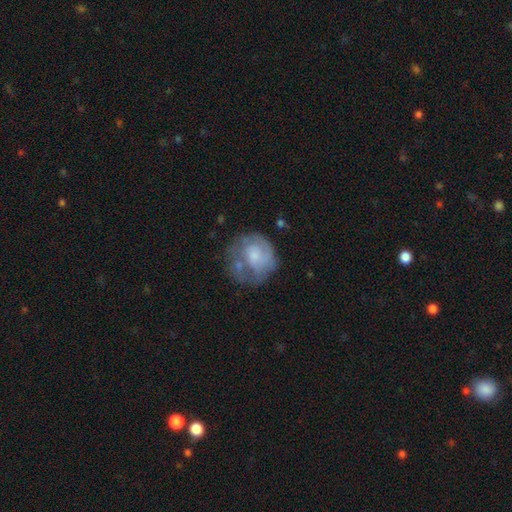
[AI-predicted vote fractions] Q: Smooth or featured?
A: featured or disk (47%); runner-up: smooth (45%)
Q: Merging?
A: none (44%); runner-up: minor disturbance (24%)